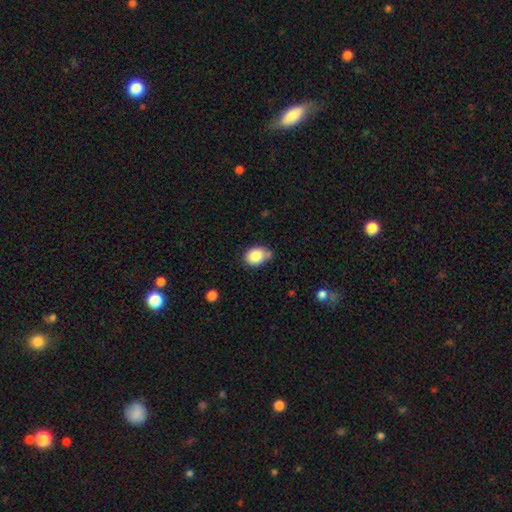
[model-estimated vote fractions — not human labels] Morphology: type=smooth (84%); roundness=in between (65%); merging=none (57%).